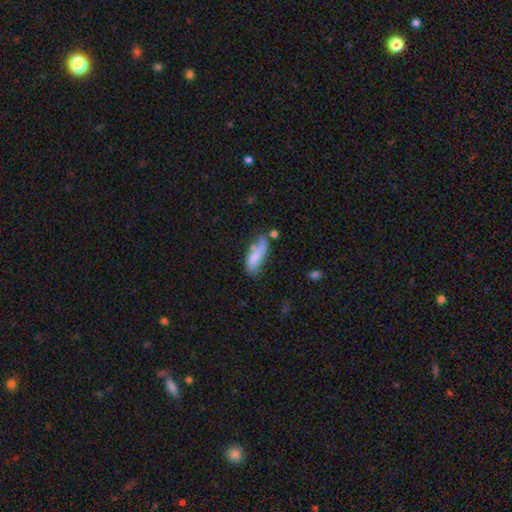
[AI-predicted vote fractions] Smooth or featured?
  - smooth: 70% *
  - featured or disk: 22%
  - star or artifact: 8%
How rounded?
  - in between: 61% *
  - cigar-shaped: 36%
  - round: 2%
Merging?
  - none: 36% *
  - minor disturbance: 30%
  - major disturbance: 20%
  - merger: 15%